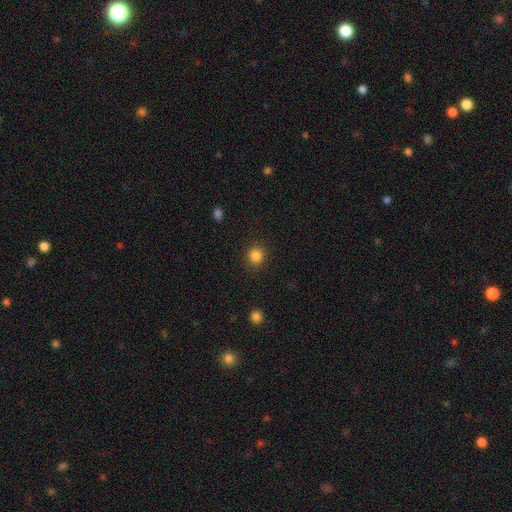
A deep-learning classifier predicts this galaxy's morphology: Smooth or featured: smooth — 85% (star or artifact — 11%)
How rounded: round — 88% (in between — 11%)
Merging: none — 90% (minor disturbance — 6%)